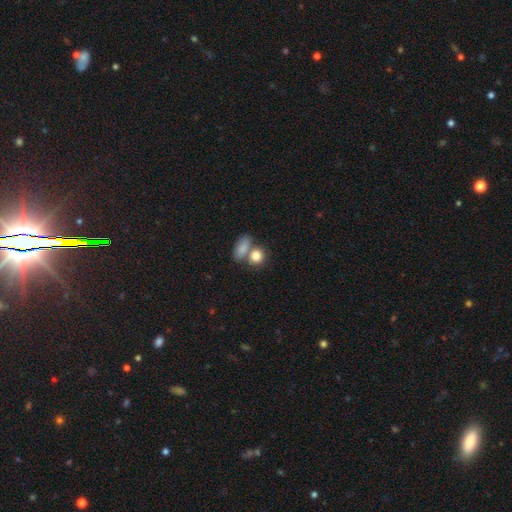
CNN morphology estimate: Q: Smooth or featured?
A: smooth (83%); runner-up: star or artifact (9%)
Q: How rounded?
A: round (56%); runner-up: in between (42%)
Q: Merging?
A: none (43%); runner-up: merger (42%)